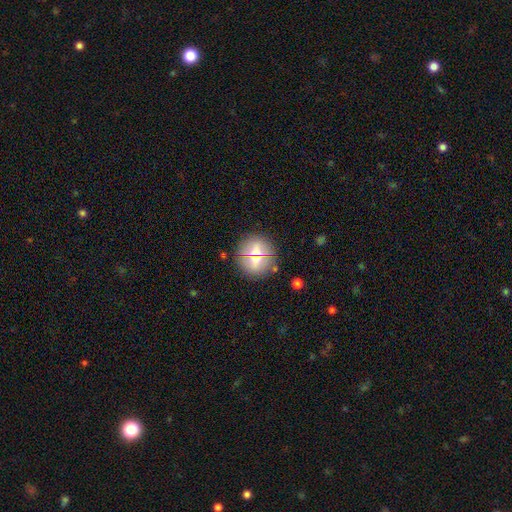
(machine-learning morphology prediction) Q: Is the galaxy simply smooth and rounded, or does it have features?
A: smooth — 65%.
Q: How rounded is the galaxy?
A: round — 94%.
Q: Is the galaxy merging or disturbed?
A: none — 86%.